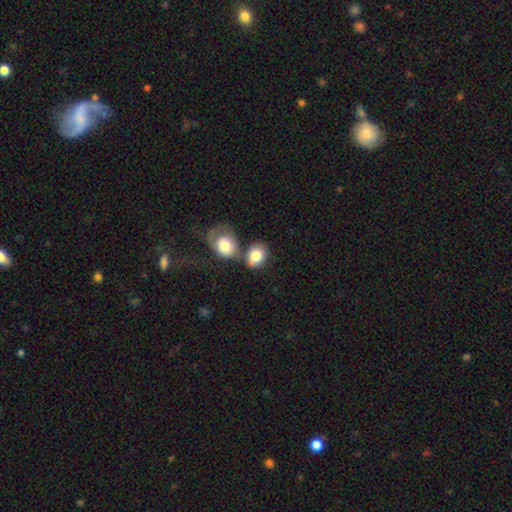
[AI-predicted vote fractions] Q: Smooth or featured?
A: smooth (80%); runner-up: featured or disk (13%)
Q: How rounded?
A: in between (63%); runner-up: round (36%)
Q: Merging?
A: merger (45%); runner-up: none (35%)